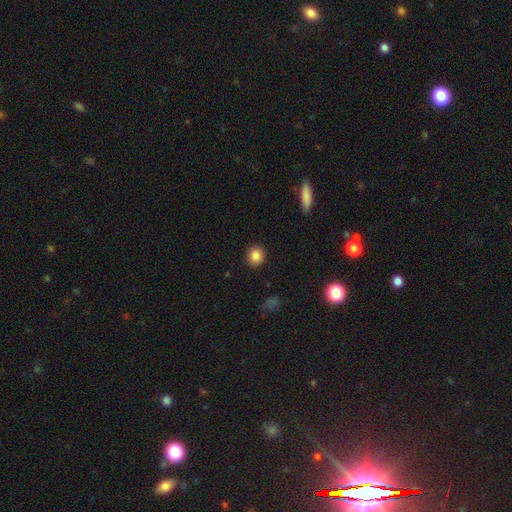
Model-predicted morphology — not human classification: A smooth galaxy with no disk features (86%) that is round (84%). Merging: none (91%).